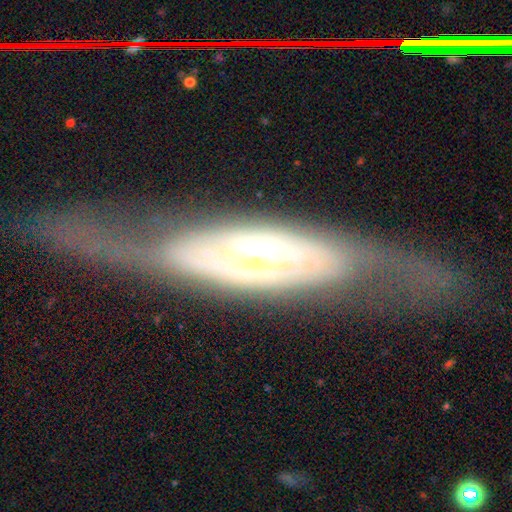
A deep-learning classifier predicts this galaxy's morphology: Q: Smooth or featured?
A: featured or disk (80%); runner-up: smooth (14%)
Q: Edge-on disk?
A: no (61%); runner-up: yes (39%)
Q: Merging?
A: none (60%); runner-up: major disturbance (19%)